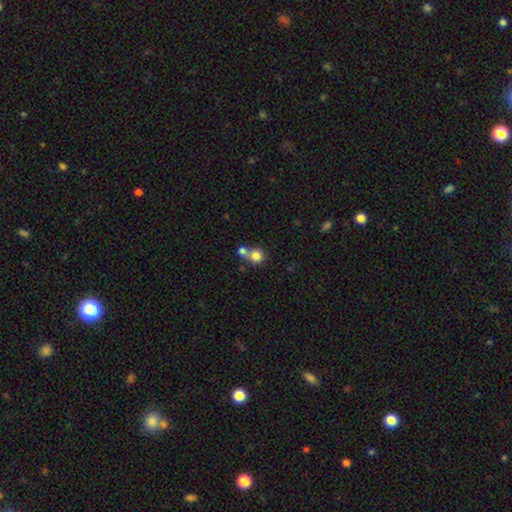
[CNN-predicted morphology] smooth 81%, star or artifact 10%, featured or disk 9%. Down the decision tree: how rounded — round (88%); merging — merger (47%).